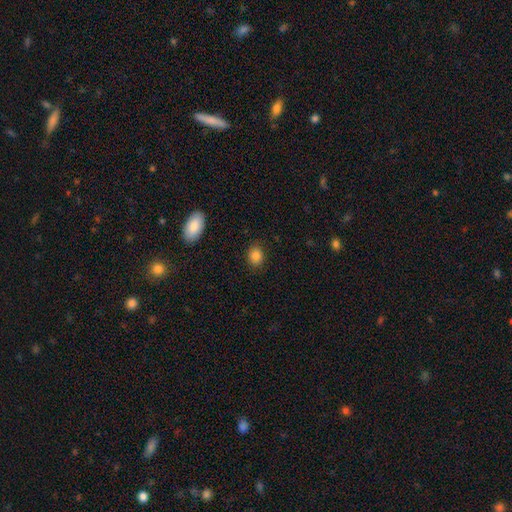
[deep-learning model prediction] Smooth or featured?
  - smooth: 85% *
  - star or artifact: 10%
  - featured or disk: 5%
How rounded?
  - round: 52% *
  - in between: 47%
  - cigar-shaped: 1%
Merging?
  - none: 87% *
  - minor disturbance: 9%
  - major disturbance: 3%
  - merger: 1%